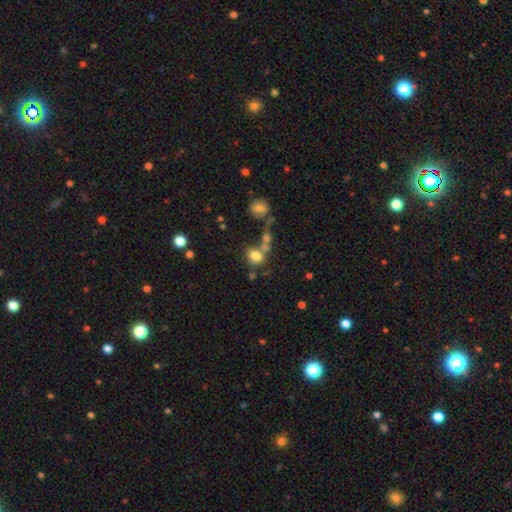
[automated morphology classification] Smooth or featured?
  - smooth: 77% *
  - star or artifact: 12%
  - featured or disk: 11%
How rounded?
  - round: 50% *
  - in between: 49%
  - cigar-shaped: 2%
Merging?
  - none: 46% *
  - merger: 34%
  - minor disturbance: 12%
  - major disturbance: 7%